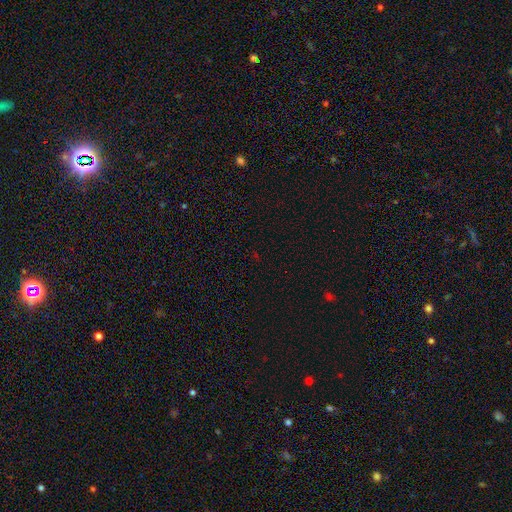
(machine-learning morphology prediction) A star or artifact, not a galaxy (71%).

Vote fractions:
- Smooth or featured? star or artifact: 71% / smooth: 22% / featured or disk: 7%